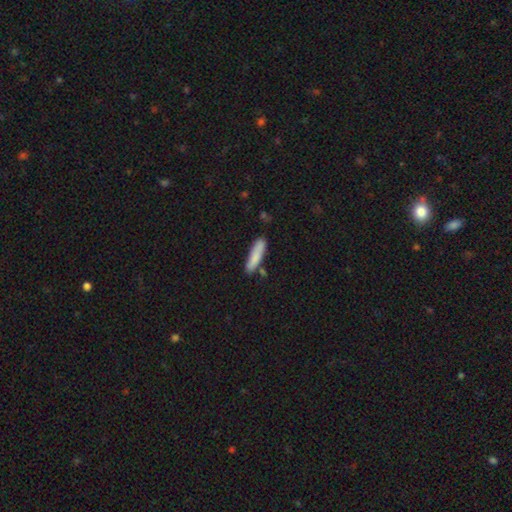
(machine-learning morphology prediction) smooth 83%, featured or disk 11%, star or artifact 6%. Down the decision tree: how rounded — cigar-shaped (79%); merging — none (76%).